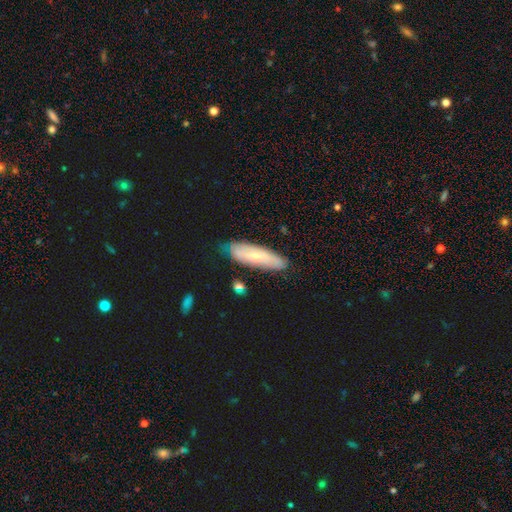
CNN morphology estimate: A smooth galaxy with no disk features (53%) that is cigar-shaped (56%).

Vote fractions:
- Smooth or featured? smooth: 53% / featured or disk: 40% / star or artifact: 7%
- How rounded? cigar-shaped: 56% / in between: 42% / round: 2%
- Merging? none: 78% / minor disturbance: 17% / major disturbance: 3% / merger: 2%